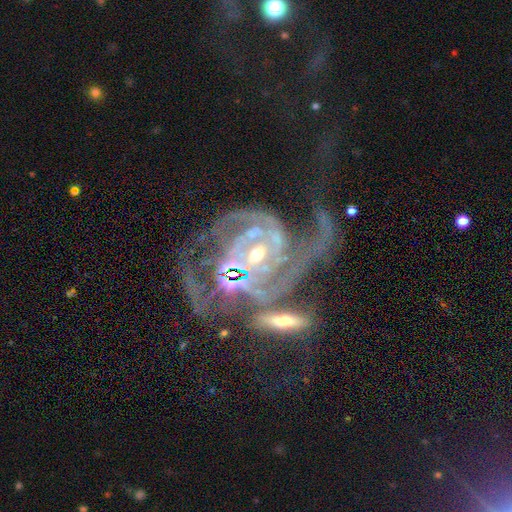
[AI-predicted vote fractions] Overall: featured or disk (91%). Edge-on disk: no (97%). Bar: no (48%; weak 31%). Spiral arms: yes (97%). Spiral arm count: 2 (47%; 3 20%). Spiral winding: tight (48%; medium 40%). Bulge size: small (56%; moderate 39%). Merging: merger (31%; major disturbance 29%).